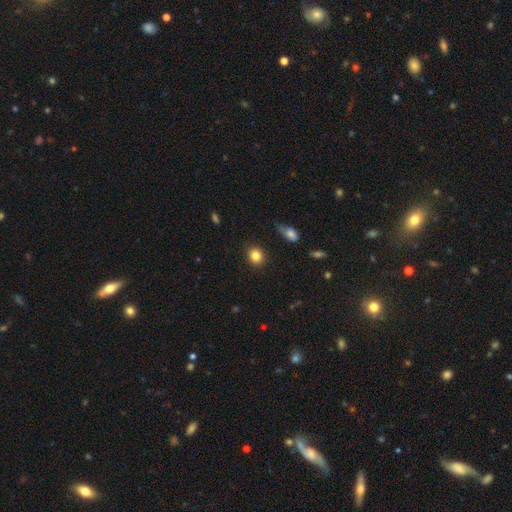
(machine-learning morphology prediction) smooth-or-featured: smooth: 84% | star or artifact: 10% | featured or disk: 6%
  how-rounded: round: 76% | in between: 23% | cigar-shaped: 1%
  merging: none: 87% | minor disturbance: 9% | major disturbance: 3% | merger: 2%